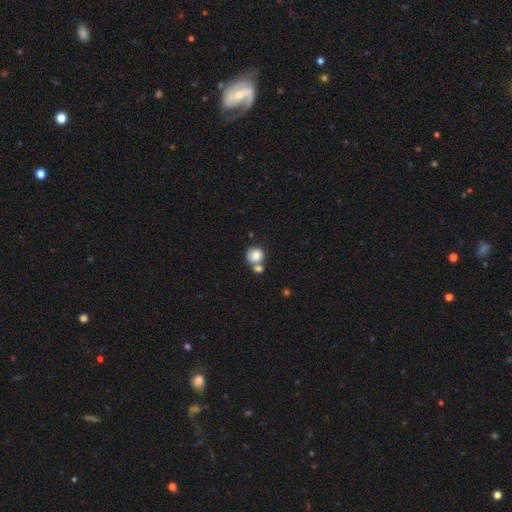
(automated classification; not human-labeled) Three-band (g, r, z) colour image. It shows a smooth galaxy with no disk features (81%) that is round (84%). Merging: none (43%).